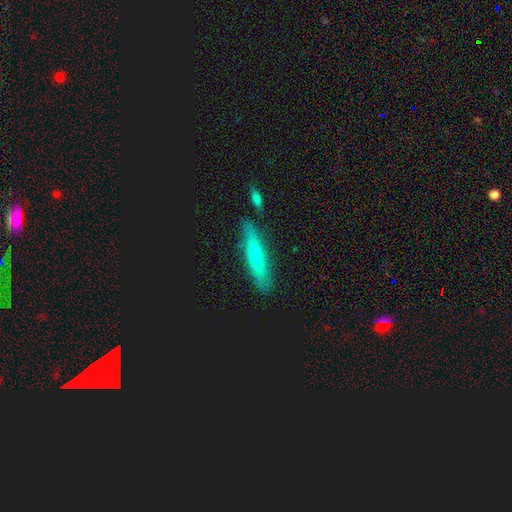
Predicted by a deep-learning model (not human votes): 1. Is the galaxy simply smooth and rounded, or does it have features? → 58% smooth, 29% featured or disk, 14% star or artifact.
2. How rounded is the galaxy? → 82% cigar-shaped, 15% in between, 3% round.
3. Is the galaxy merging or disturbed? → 79% none, 14% minor disturbance, 4% merger, 3% major disturbance.